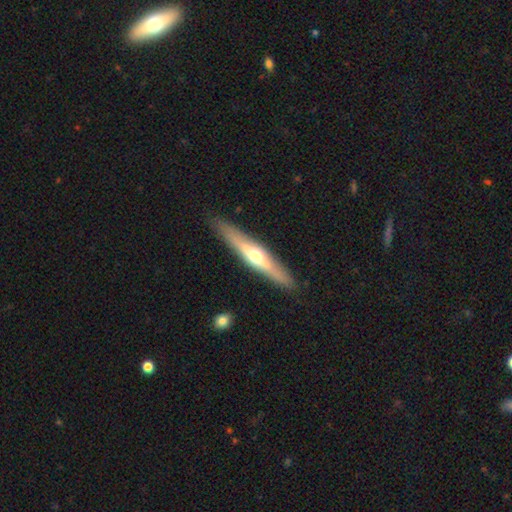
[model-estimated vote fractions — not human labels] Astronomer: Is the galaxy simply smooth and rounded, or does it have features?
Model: featured or disk — 62%.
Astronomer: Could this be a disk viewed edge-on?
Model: yes — 93%.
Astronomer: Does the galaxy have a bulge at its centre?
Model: rounded — 89%.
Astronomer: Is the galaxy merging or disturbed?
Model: none — 89%.